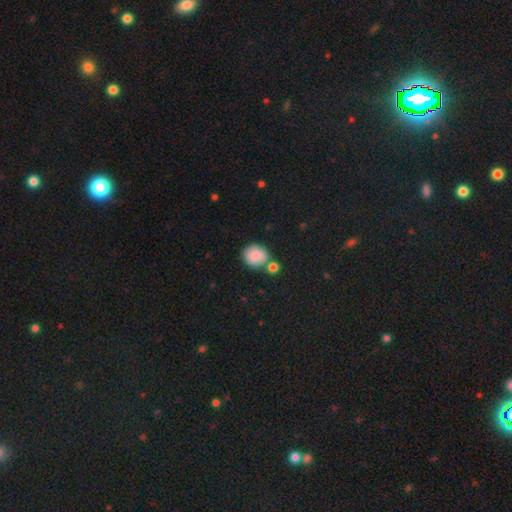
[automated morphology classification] Overall: smooth (85%). How rounded: round (77%). Merging: none (59%; merger 22%).